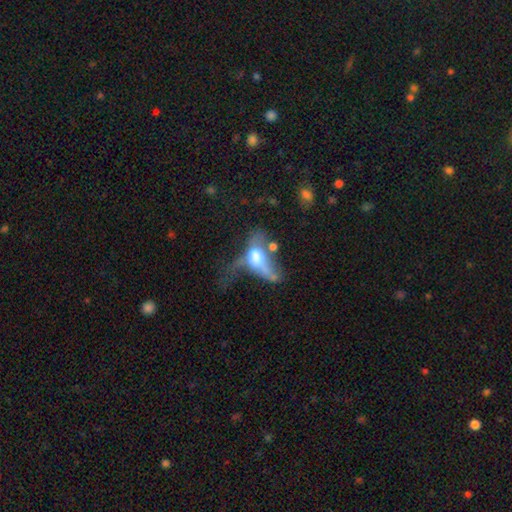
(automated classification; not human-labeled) A smooth galaxy with no disk features (46%).

Vote fractions:
- Smooth or featured? smooth: 46% / featured or disk: 43% / star or artifact: 11%
- Merging? major disturbance: 47% / merger: 28% / none: 13% / minor disturbance: 12%